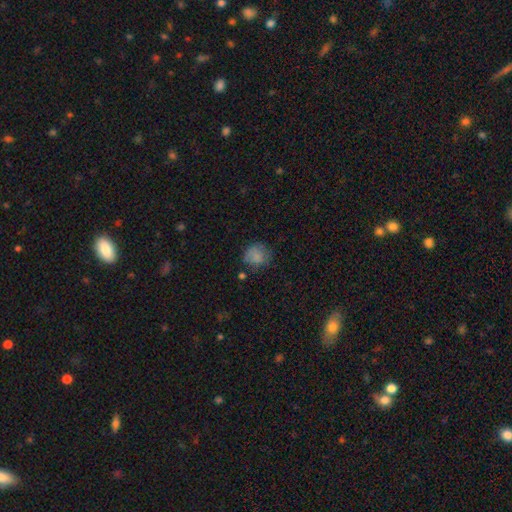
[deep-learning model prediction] Q: Smooth or featured?
A: smooth (77%); runner-up: star or artifact (12%)
Q: How rounded?
A: round (80%); runner-up: in between (19%)
Q: Merging?
A: none (64%); runner-up: minor disturbance (24%)